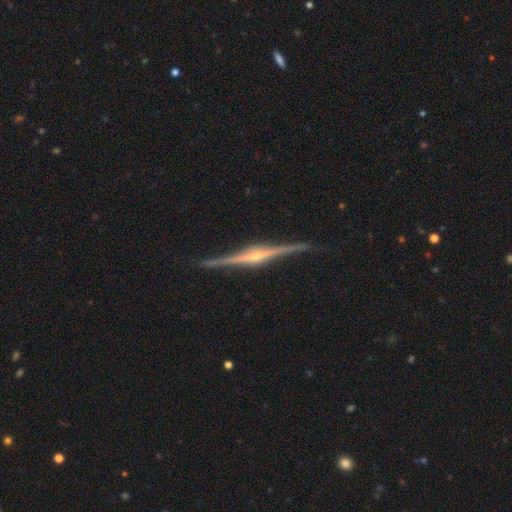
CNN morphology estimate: Smooth or featured? Predicted: featured or disk (p=0.89). Edge-on disk? Predicted: yes (p=0.98). Edge-on bulge? Predicted: rounded (p=0.81). Merging? Predicted: none (p=0.88).